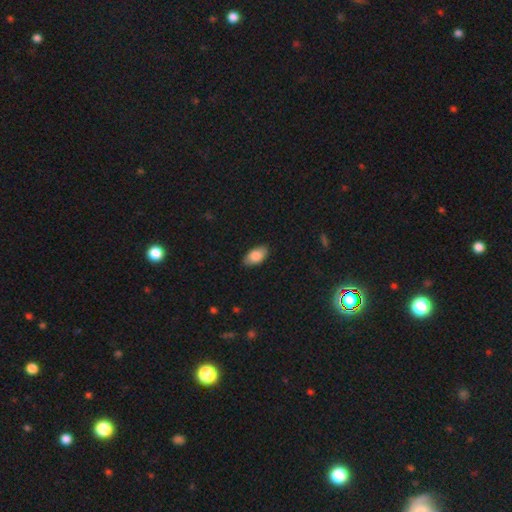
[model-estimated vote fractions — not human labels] Smooth or featured? smooth (83%)
How rounded? in between (94%)
Merging? none (84%)